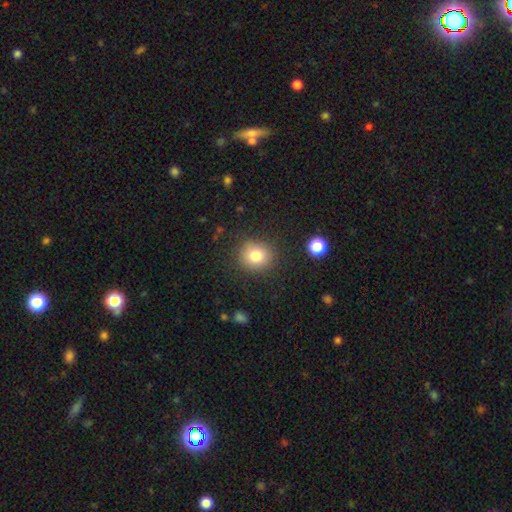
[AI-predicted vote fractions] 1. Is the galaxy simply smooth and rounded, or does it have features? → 80% smooth, 11% star or artifact, 9% featured or disk.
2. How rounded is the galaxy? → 84% round, 15% in between, 1% cigar-shaped.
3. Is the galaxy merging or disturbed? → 85% none, 10% minor disturbance, 3% major disturbance, 2% merger.